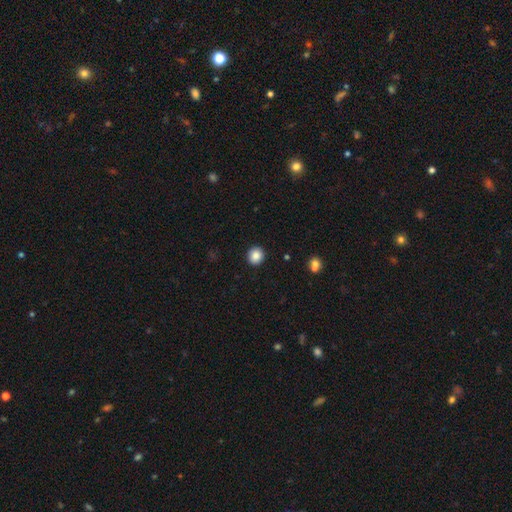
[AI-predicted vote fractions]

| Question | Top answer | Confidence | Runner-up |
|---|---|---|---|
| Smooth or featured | smooth | 87% | star or artifact (9%) |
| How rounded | round | 88% | in between (11%) |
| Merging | none | 92% | minor disturbance (5%) |